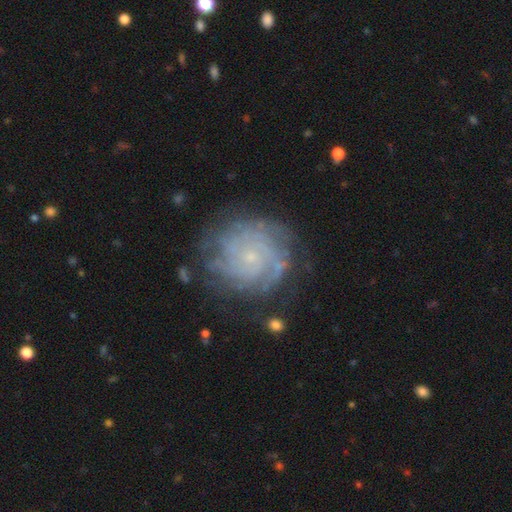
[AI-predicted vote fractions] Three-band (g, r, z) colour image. It shows a featured or disk galaxy (79%) with no bar (82%), tight (77%) spiral arms (93%) and a small central bulge (84%). Merging: none (76%).